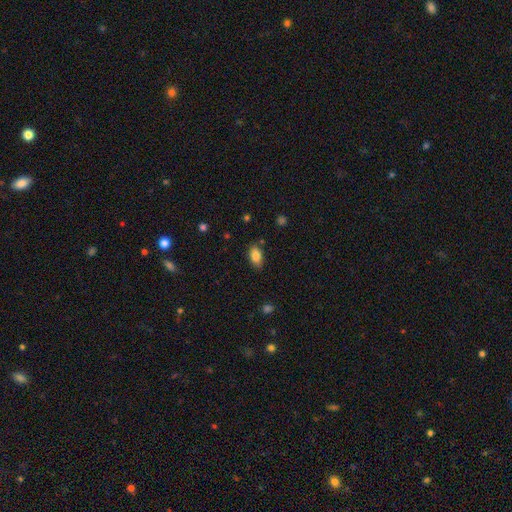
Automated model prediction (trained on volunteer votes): Overall: smooth (85%). How rounded: in between (90%). Merging: none (82%).